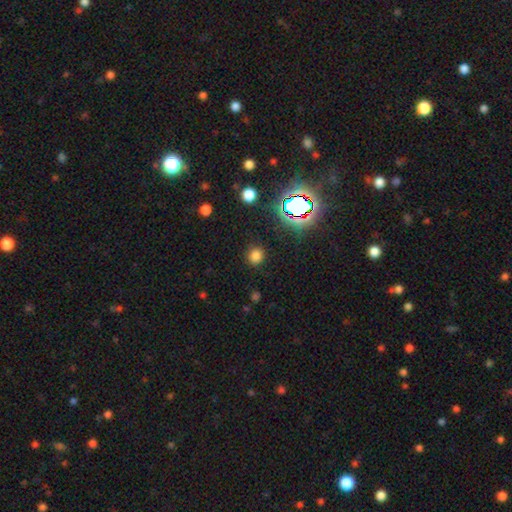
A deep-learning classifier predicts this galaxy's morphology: A smooth galaxy with no disk features (74%) that is round (86%). Merging: none (88%).